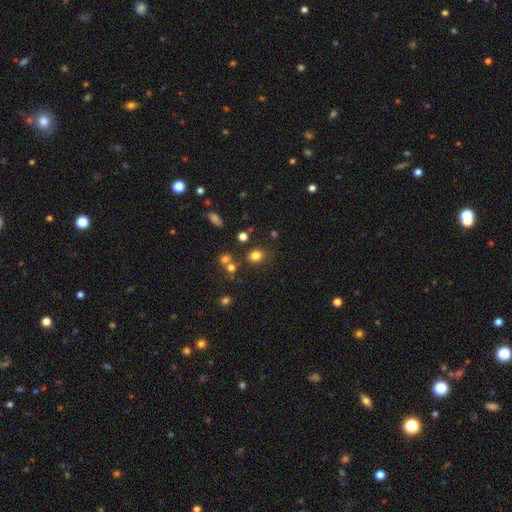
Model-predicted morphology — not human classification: A smooth galaxy with no disk features (78%) that is round (57%).

Vote fractions:
- Smooth or featured? smooth: 78% / star or artifact: 15% / featured or disk: 7%
- How rounded? round: 57% / in between: 42% / cigar-shaped: 1%
- Merging? none: 75% / minor disturbance: 12% / merger: 9% / major disturbance: 4%